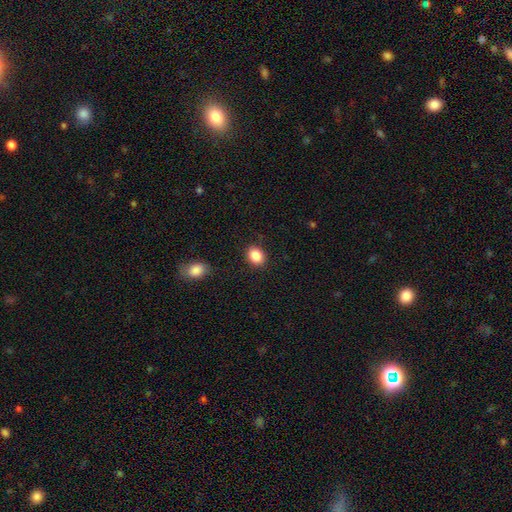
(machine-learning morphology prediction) This appears to be a smooth galaxy with no disk features (87%) that is in between round and cigar-shaped (56%). Merging: none (87%).